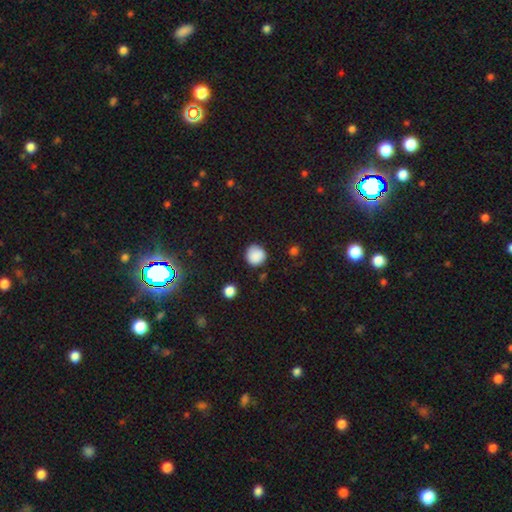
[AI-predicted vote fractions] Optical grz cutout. It shows a smooth galaxy with no disk features (87%) that is round (92%). Merging: none (83%).